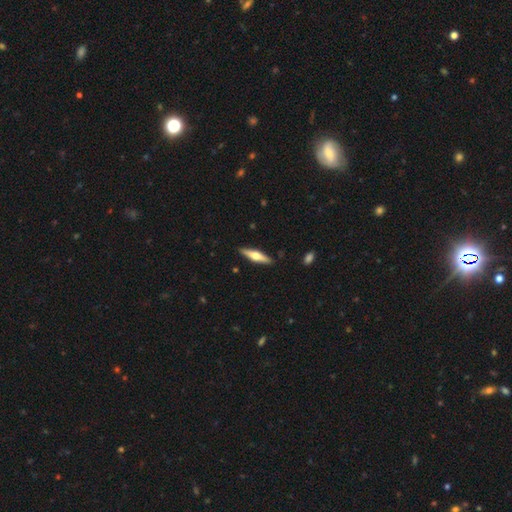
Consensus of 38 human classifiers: A featured or disk galaxy (55%) viewed edge-on (95%) with a rounded central bulge (95%).

Vote fractions:
- Smooth or featured? featured or disk: 55% / smooth: 37% / star or artifact: 8%
- Edge-on disk? yes: 95% / no: 5%
- Edge-on bulge? rounded: 95% / boxy: 5% / none: 0%
- Merging? none: 97% / merger: 3% / minor disturbance: 0% / major disturbance: 0%